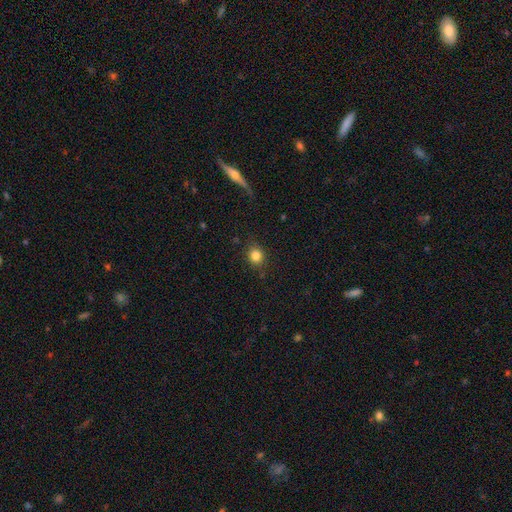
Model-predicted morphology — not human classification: Q: Smooth or featured?
A: smooth (84%); runner-up: star or artifact (11%)
Q: How rounded?
A: round (75%); runner-up: in between (24%)
Q: Merging?
A: none (85%); runner-up: minor disturbance (10%)